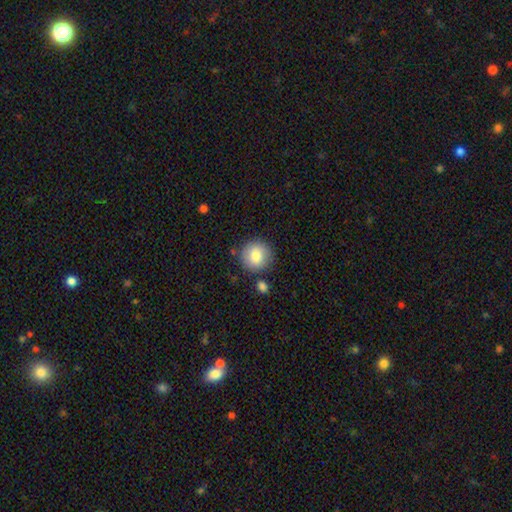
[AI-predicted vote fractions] A smooth galaxy with no disk features (82%) that is round (93%).

Vote fractions:
- Smooth or featured? smooth: 82% / featured or disk: 10% / star or artifact: 8%
- How rounded? round: 93% / in between: 6% / cigar-shaped: 1%
- Merging? none: 83% / minor disturbance: 9% / merger: 5% / major disturbance: 3%